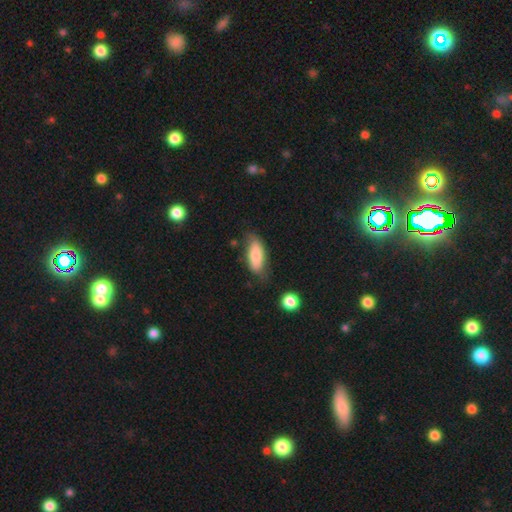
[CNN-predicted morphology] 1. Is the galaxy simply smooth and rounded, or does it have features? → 80% smooth, 14% featured or disk, 7% star or artifact.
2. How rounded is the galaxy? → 76% in between, 22% cigar-shaped, 2% round.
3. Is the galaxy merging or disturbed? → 63% none, 26% minor disturbance, 7% major disturbance, 4% merger.